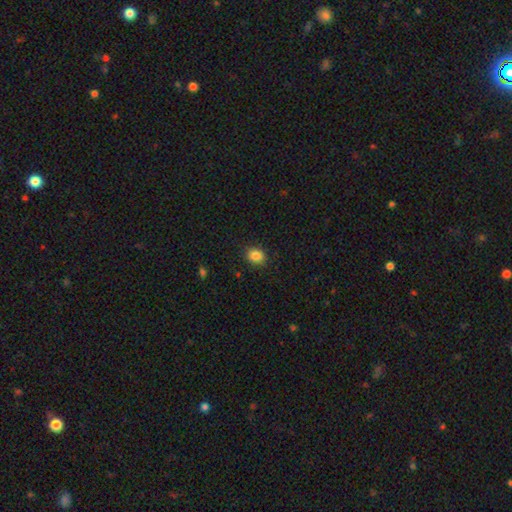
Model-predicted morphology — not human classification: This is clearly a smooth galaxy (87%). How rounded: possibly round (52%). Merging: clearly none (87%).